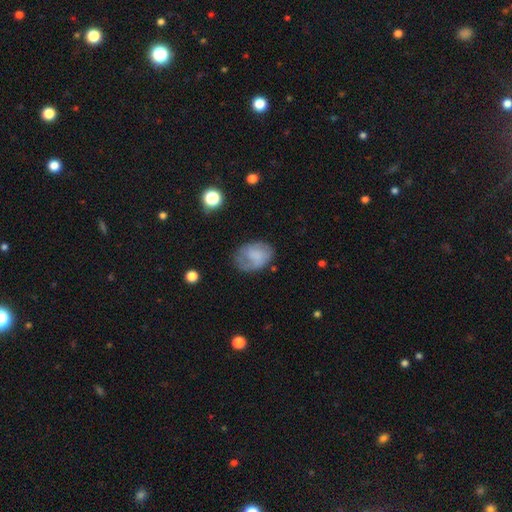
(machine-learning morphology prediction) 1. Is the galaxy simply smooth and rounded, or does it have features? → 61% smooth, 30% featured or disk, 9% star or artifact.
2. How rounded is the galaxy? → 69% in between, 30% round, 1% cigar-shaped.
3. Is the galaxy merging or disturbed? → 56% none, 27% minor disturbance, 15% major disturbance, 2% merger.